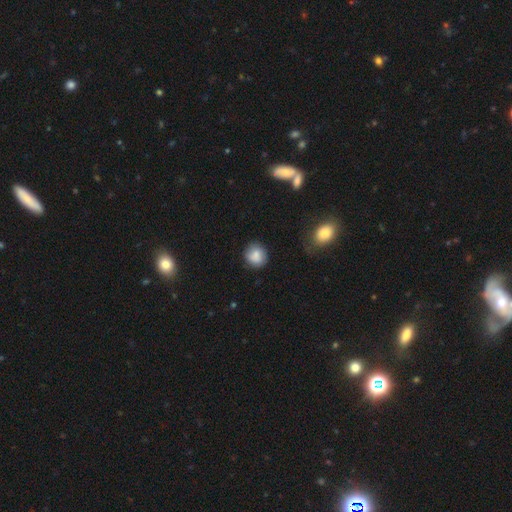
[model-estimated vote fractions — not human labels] smooth-or-featured: smooth: 84% | star or artifact: 8% | featured or disk: 8%
  how-rounded: round: 82% | in between: 17% | cigar-shaped: 1%
  merging: none: 81% | minor disturbance: 14% | major disturbance: 3% | merger: 2%